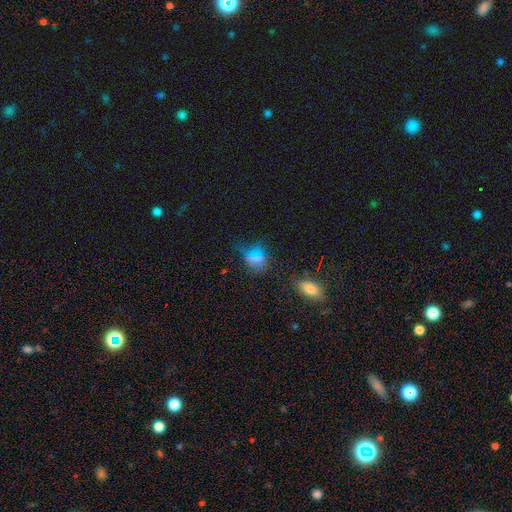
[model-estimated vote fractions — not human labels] A smooth galaxy with no disk features (55%) that is round (64%). Merging: none (79%).